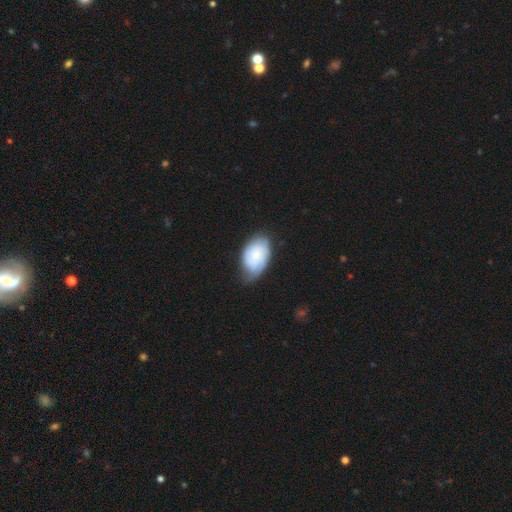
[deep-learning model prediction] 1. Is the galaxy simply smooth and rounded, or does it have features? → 54% smooth, 40% featured or disk, 6% star or artifact.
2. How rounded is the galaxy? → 89% in between, 10% round, 1% cigar-shaped.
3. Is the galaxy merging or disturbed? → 49% none, 38% minor disturbance, 11% major disturbance, 2% merger.